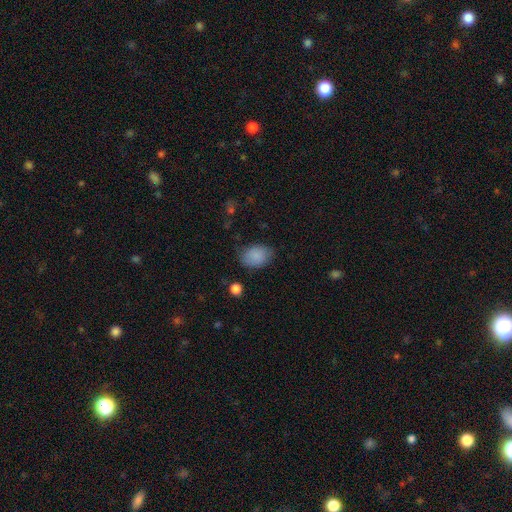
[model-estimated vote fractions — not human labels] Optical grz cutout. It shows a smooth galaxy with no disk features (87%) that is in between round and cigar-shaped (77%). Merging: none (75%).